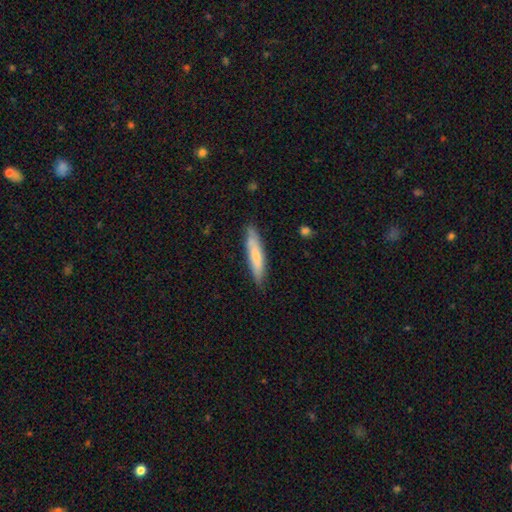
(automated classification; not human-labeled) This appears to be a smooth galaxy with no disk features (68%) that is cigar-shaped (86%). Merging: none (81%).